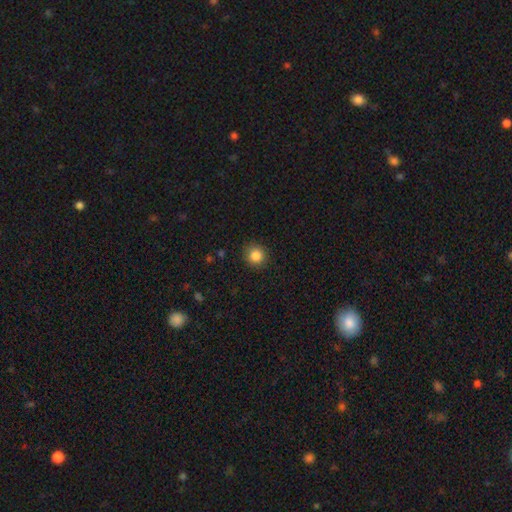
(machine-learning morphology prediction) smooth_or_featured: smooth (p=0.86) [alt: star or artifact p=0.10]
how_rounded: round (p=0.92) [alt: in between p=0.07]
merging: none (p=0.89) [alt: minor disturbance p=0.08]